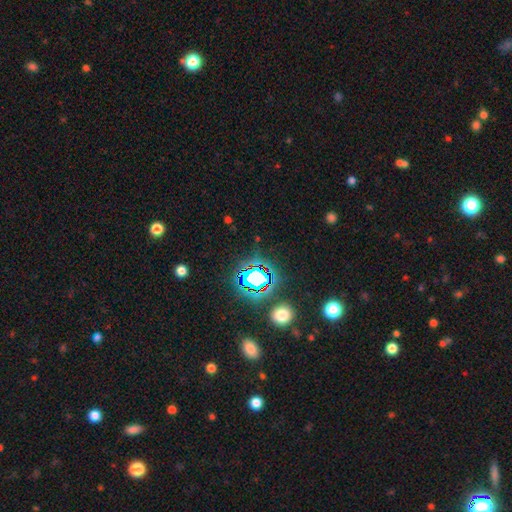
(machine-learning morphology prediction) Overall: star or artifact (80%).